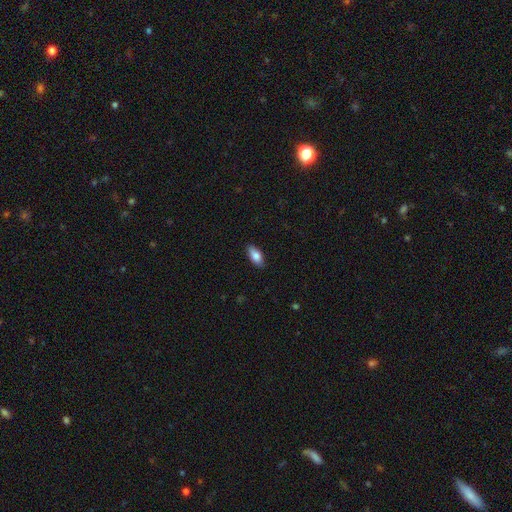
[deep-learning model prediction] smooth 83%, featured or disk 11%, star or artifact 6%. Down the decision tree: how rounded — in between (87%); merging — none (86%).